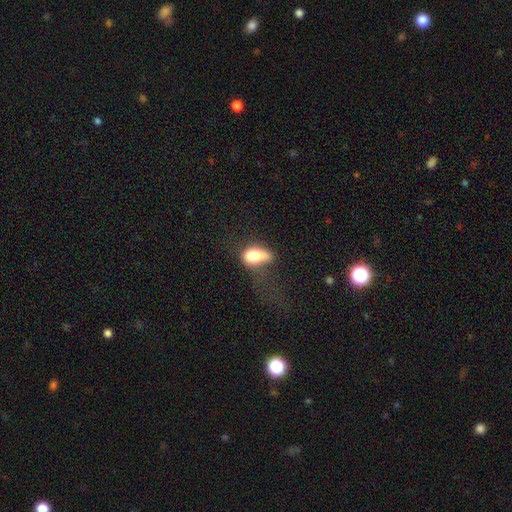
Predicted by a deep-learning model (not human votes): Smooth or featured? smooth (74%)
How rounded? in between (86%)
Merging? major disturbance (44%)